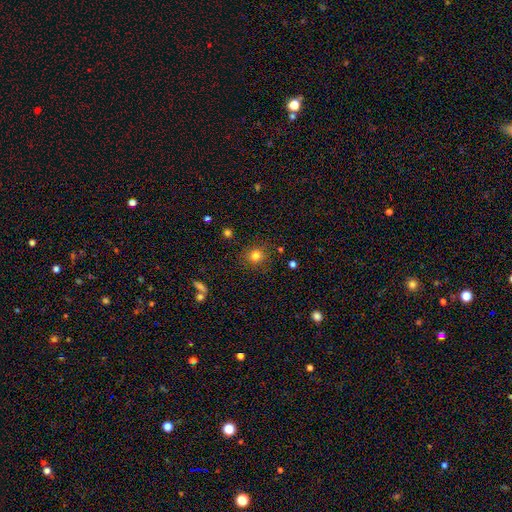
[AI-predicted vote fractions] A smooth galaxy with no disk features (79%) that is round (87%). Merging: none (86%).